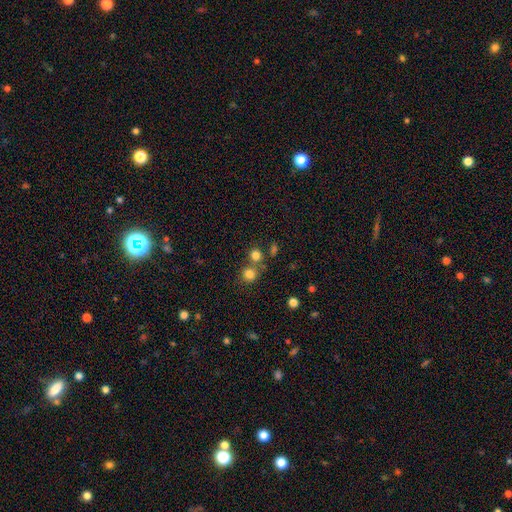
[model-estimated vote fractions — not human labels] Smooth or featured? smooth (79%)
How rounded? round (82%)
Merging? none (60%)